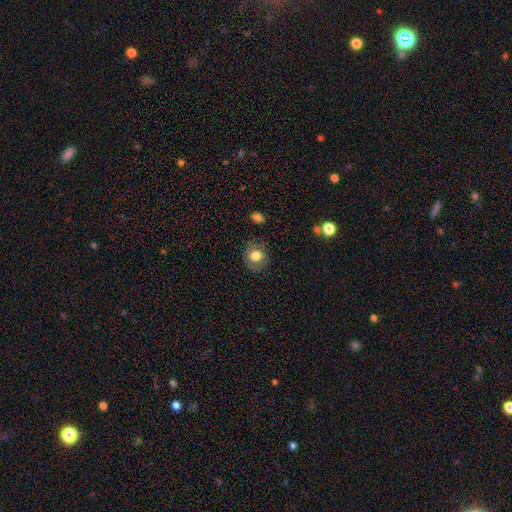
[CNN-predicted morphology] Smooth or featured?
  - smooth: 73% *
  - featured or disk: 18%
  - star or artifact: 9%
How rounded?
  - round: 80% *
  - in between: 20%
  - cigar-shaped: 1%
Merging?
  - none: 74% *
  - minor disturbance: 17%
  - major disturbance: 7%
  - merger: 2%